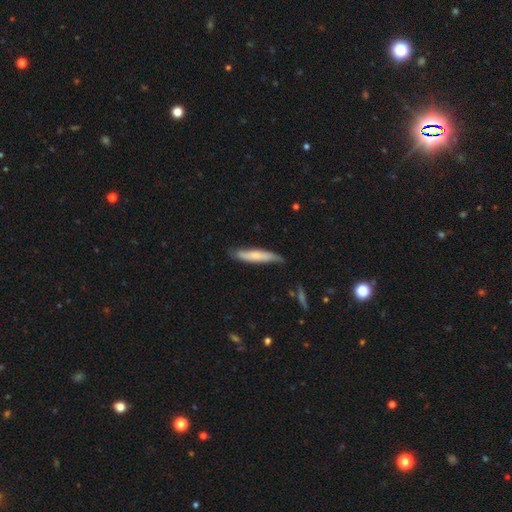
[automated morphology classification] The model was most divided on "smooth or featured": smooth: 62%, featured or disk: 32%, star or artifact: 6%. More confident: how rounded — cigar-shaped (87%); merging — none (68%).